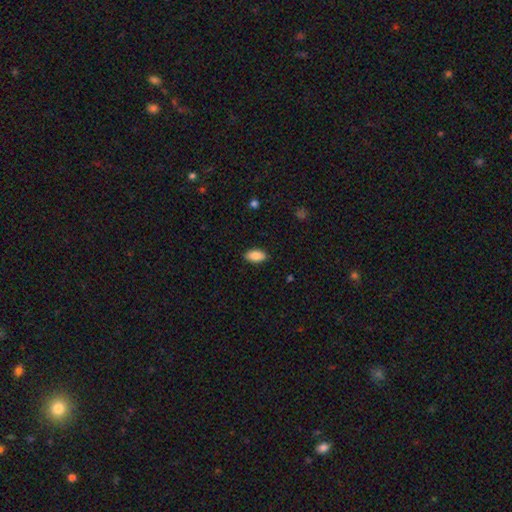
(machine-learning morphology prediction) smooth 85%, featured or disk 8%, star or artifact 7%. Down the decision tree: how rounded — in between (93%); merging — none (89%).